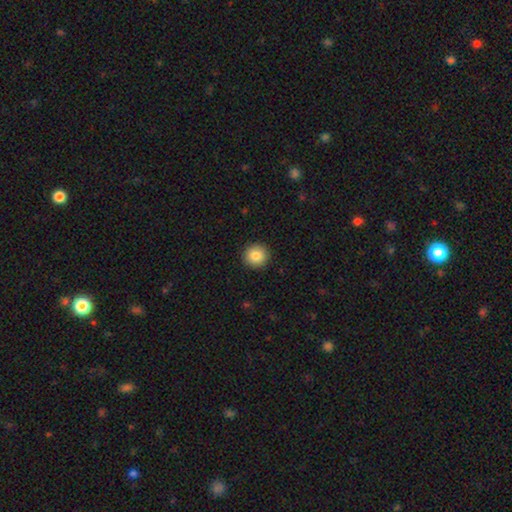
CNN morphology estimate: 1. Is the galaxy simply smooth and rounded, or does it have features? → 85% smooth, 9% star or artifact, 6% featured or disk.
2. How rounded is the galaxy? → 93% round, 6% in between, 1% cigar-shaped.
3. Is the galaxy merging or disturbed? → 92% none, 5% minor disturbance, 2% major disturbance, 1% merger.